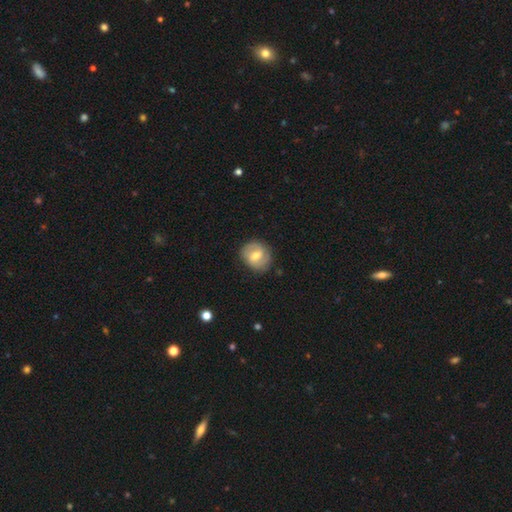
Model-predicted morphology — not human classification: Smooth or featured? Predicted: featured or disk (p=0.53). Edge-on disk? Predicted: no (p=0.97). Bar? Predicted: weak (p=0.57). Spiral arms? Predicted: yes (p=0.78). Bulge size? Predicted: moderate (p=0.66). Merging? Predicted: none (p=0.80).